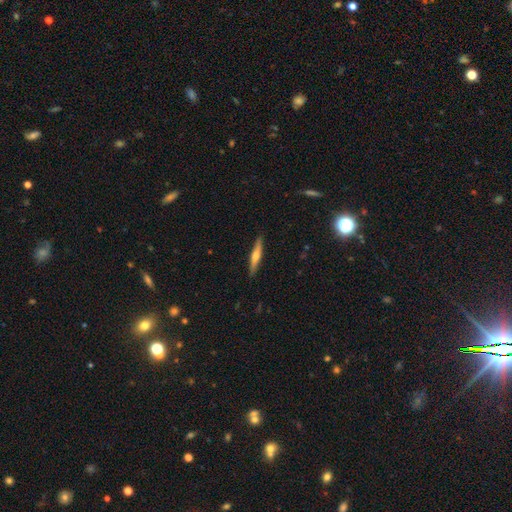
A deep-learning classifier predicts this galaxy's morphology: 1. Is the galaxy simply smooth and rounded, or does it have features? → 53% featured or disk, 41% smooth, 6% star or artifact.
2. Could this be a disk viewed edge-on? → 95% yes, 5% no.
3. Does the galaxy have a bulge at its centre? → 84% rounded, 11% none, 5% boxy.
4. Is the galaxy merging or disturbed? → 90% none, 8% minor disturbance, 1% major disturbance, 1% merger.